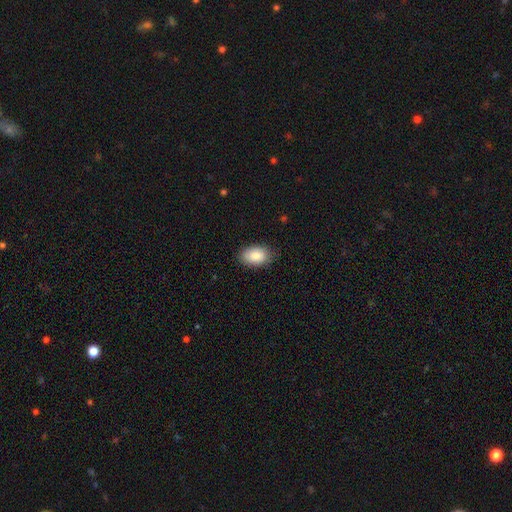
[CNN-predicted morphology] type=smooth (87%); roundness=in between (90%); merging=none (84%).